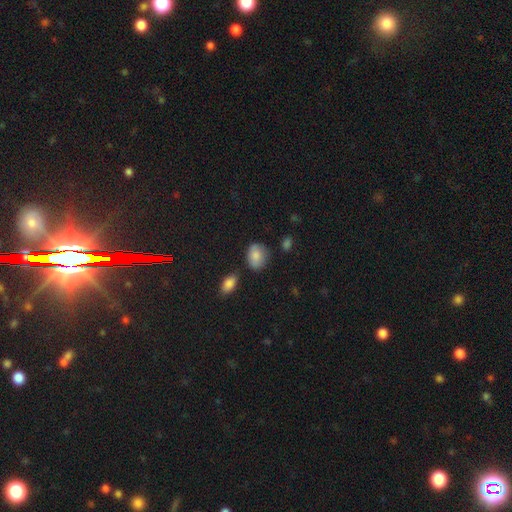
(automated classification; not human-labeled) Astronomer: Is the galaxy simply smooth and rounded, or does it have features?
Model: smooth — 84%.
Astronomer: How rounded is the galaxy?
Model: in between — 61% (runner-up: round, 38%).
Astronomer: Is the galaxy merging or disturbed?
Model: none — 63%.